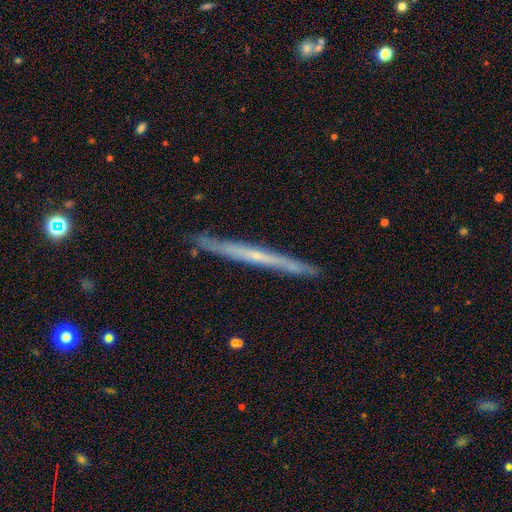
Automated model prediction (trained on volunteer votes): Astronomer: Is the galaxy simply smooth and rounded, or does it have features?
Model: featured or disk — 70%.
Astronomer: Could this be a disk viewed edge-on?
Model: yes — 96%.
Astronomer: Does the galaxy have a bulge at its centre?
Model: none — 61%.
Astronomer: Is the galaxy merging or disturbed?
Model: none — 88%.